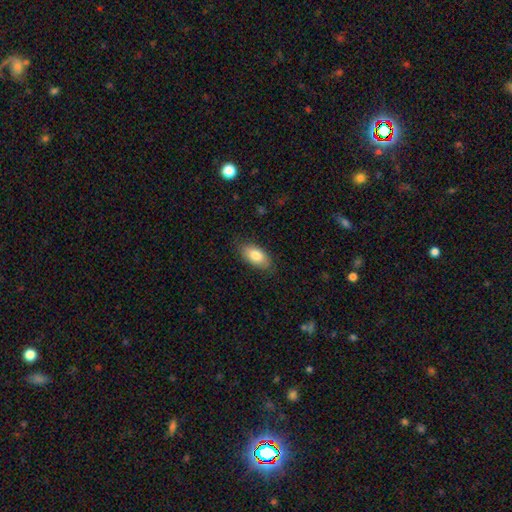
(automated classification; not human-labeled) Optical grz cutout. It shows a smooth galaxy with no disk features (80%) that is in between round and cigar-shaped (92%). Merging: none (82%).